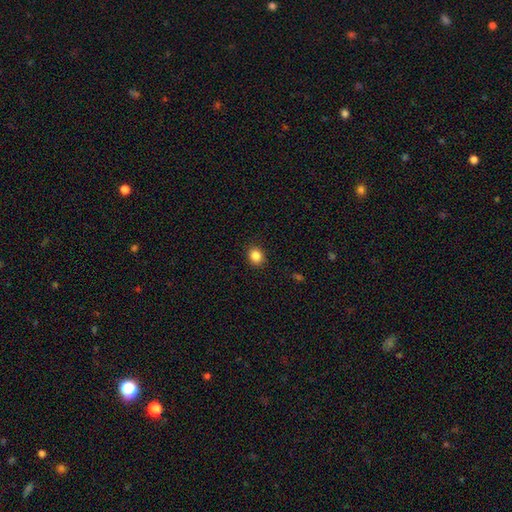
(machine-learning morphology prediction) type=smooth (86%); roundness=round (67%); merging=none (90%).